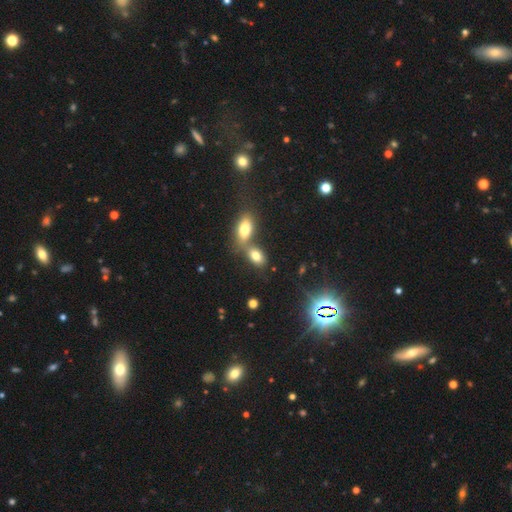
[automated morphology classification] Q: Smooth or featured?
A: smooth (74%); runner-up: star or artifact (13%)
Q: How rounded?
A: in between (87%); runner-up: round (10%)
Q: Merging?
A: merger (50%); runner-up: none (38%)